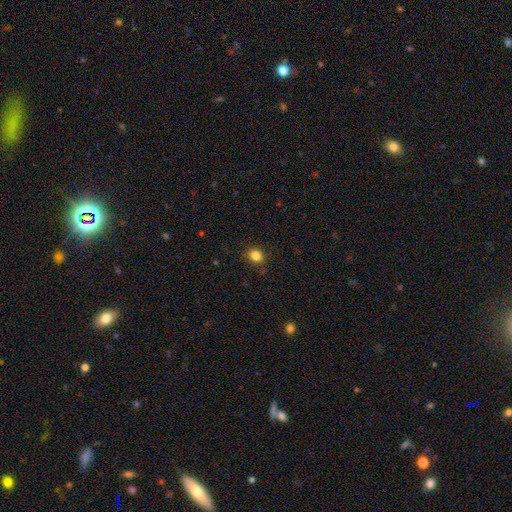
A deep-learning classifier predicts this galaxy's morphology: Smooth or featured?
  - smooth: 83% *
  - star or artifact: 12%
  - featured or disk: 5%
How rounded?
  - round: 77% *
  - in between: 22%
  - cigar-shaped: 1%
Merging?
  - none: 87% *
  - minor disturbance: 10%
  - major disturbance: 2%
  - merger: 1%